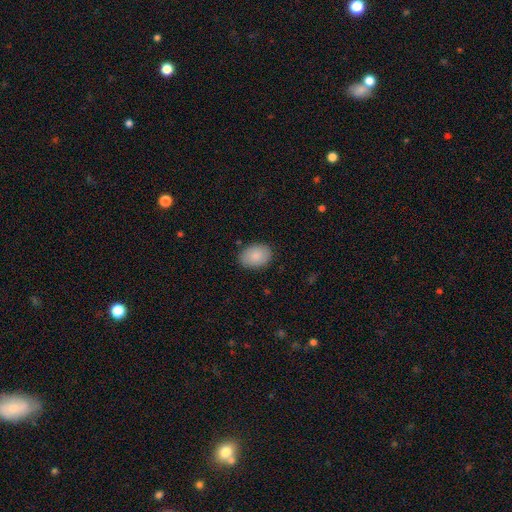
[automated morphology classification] smooth_or_featured: smooth (p=0.86) [alt: featured or disk p=0.08]
how_rounded: in between (p=0.81) [alt: round p=0.18]
merging: none (p=0.87) [alt: minor disturbance p=0.10]